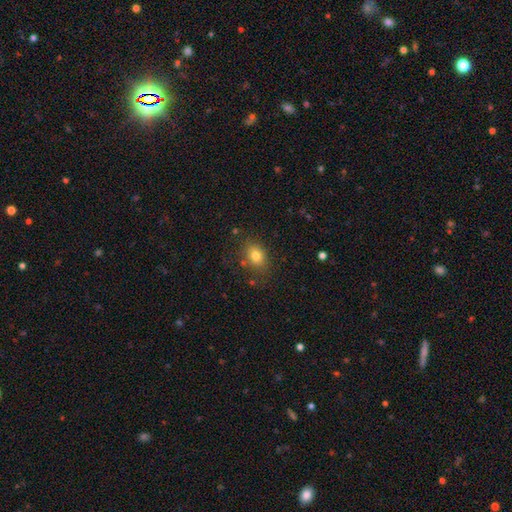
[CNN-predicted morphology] Smooth or featured? smooth (79%)
How rounded? in between (58%)
Merging? none (77%)